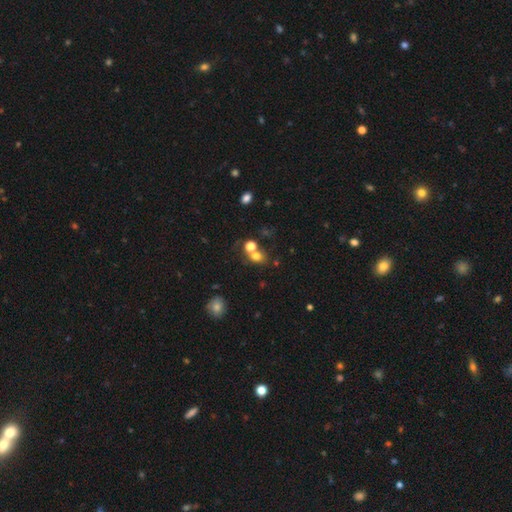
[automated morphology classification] This appears to be a smooth galaxy with no disk features (72%) that is round (65%). Merging: none (52%).